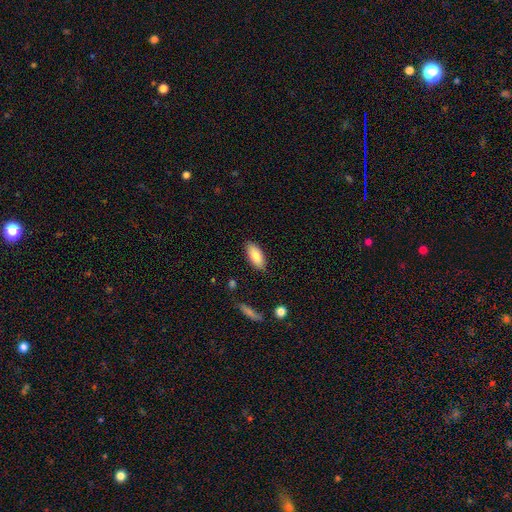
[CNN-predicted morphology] smooth-or-featured: smooth: 82% | featured or disk: 11% | star or artifact: 6%
  how-rounded: in between: 84% | cigar-shaped: 14% | round: 2%
  merging: none: 85% | minor disturbance: 11% | major disturbance: 2% | merger: 2%